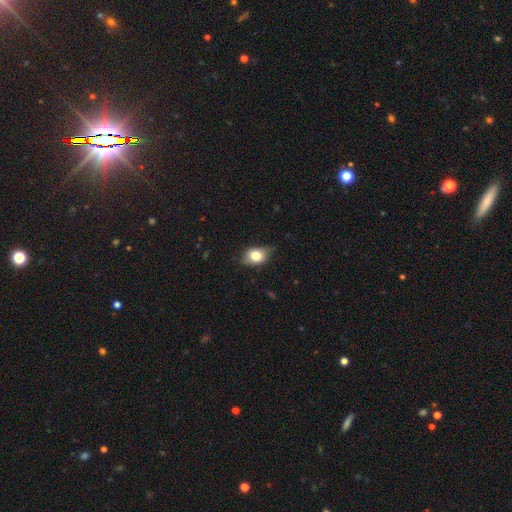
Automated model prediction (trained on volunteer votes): Overall: smooth (75%). How rounded: in between (68%; round 30%). Merging: none (70%).